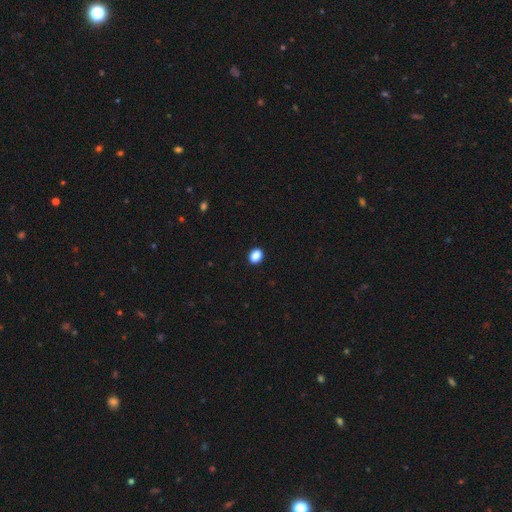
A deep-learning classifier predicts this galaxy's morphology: This appears to be a smooth galaxy with no disk features (89%) that is in between round and cigar-shaped (63%). Merging: none (91%).